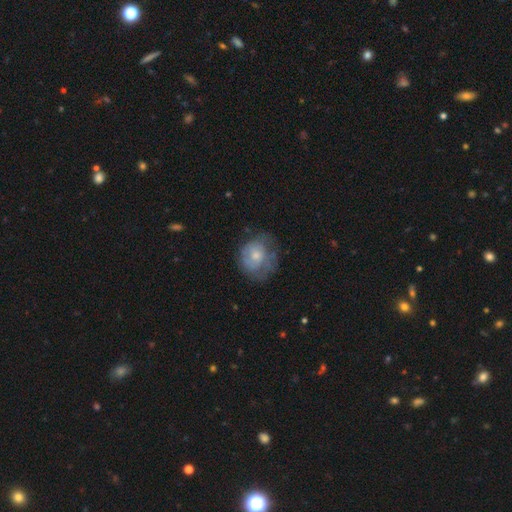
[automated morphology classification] Smooth or featured?
  - smooth: 48% *
  - featured or disk: 45%
  - star or artifact: 8%
Merging?
  - none: 55% *
  - minor disturbance: 27%
  - major disturbance: 17%
  - merger: 2%